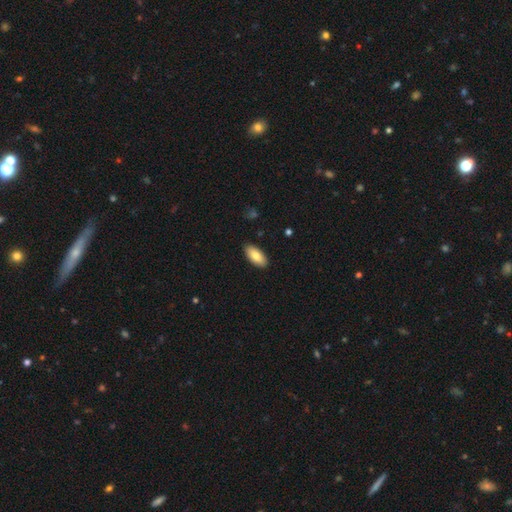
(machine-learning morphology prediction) This appears to be a smooth galaxy with no disk features (81%) that is in between round and cigar-shaped (91%). Merging: none (89%).